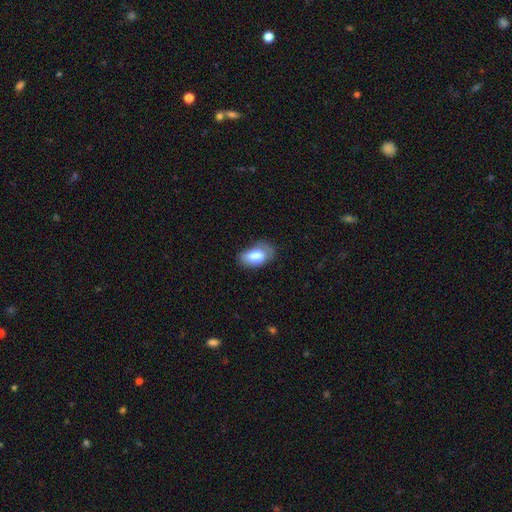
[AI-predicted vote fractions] A smooth galaxy with no disk features (77%) that is in between round and cigar-shaped (92%).

Vote fractions:
- Smooth or featured? smooth: 77% / featured or disk: 16% / star or artifact: 7%
- How rounded? in between: 92% / round: 6% / cigar-shaped: 2%
- Merging? none: 58% / minor disturbance: 30% / major disturbance: 10% / merger: 2%